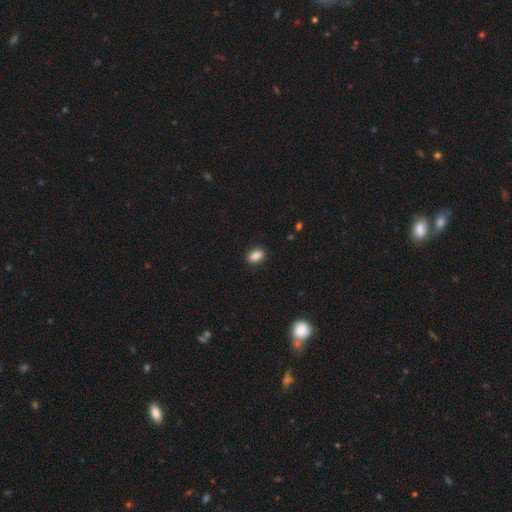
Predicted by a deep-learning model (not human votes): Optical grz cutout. It shows a smooth galaxy with no disk features (87%) that is in between round and cigar-shaped (82%). Merging: none (89%).